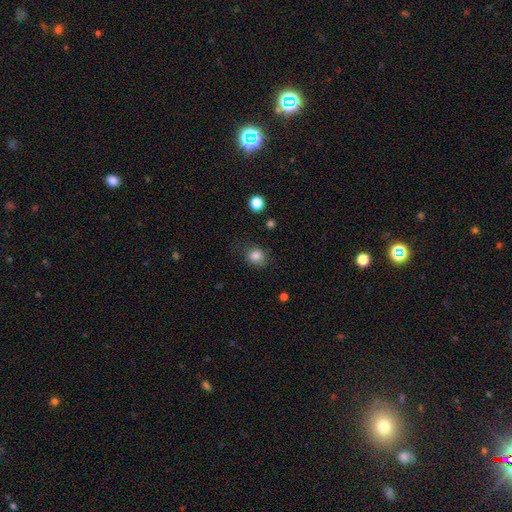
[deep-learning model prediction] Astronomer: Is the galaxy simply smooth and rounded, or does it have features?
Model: smooth — 84%.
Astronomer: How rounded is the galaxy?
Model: round — 66%.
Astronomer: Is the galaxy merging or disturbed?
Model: none — 75%.